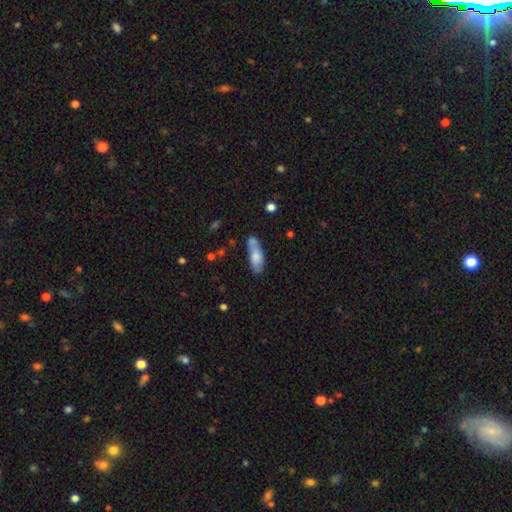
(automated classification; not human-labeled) The model was most divided on "merging": none: 46%, merger: 26%, minor disturbance: 21%, major disturbance: 7%. More confident: smooth or featured — smooth (74%); how rounded — in between (64%).